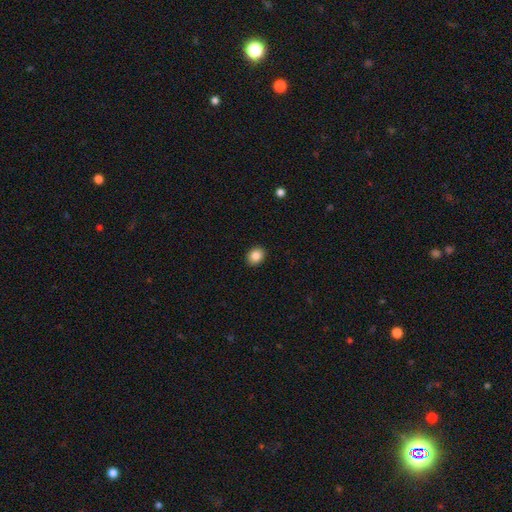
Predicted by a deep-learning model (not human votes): smooth 86%, star or artifact 9%, featured or disk 5%. Down the decision tree: how rounded — round (50%); merging — none (91%).